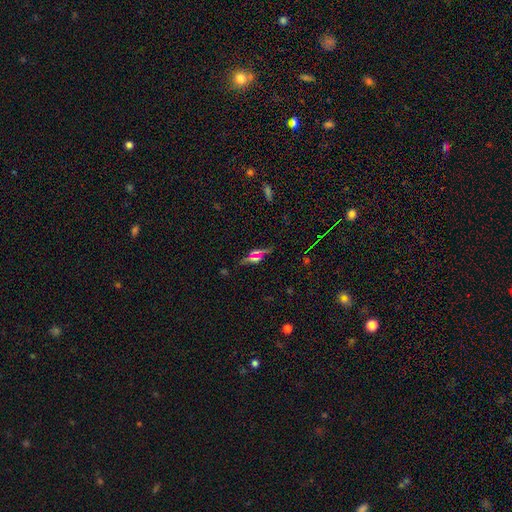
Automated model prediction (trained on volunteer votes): This is marginally a smooth galaxy (39%). Merging: likely none (73%).